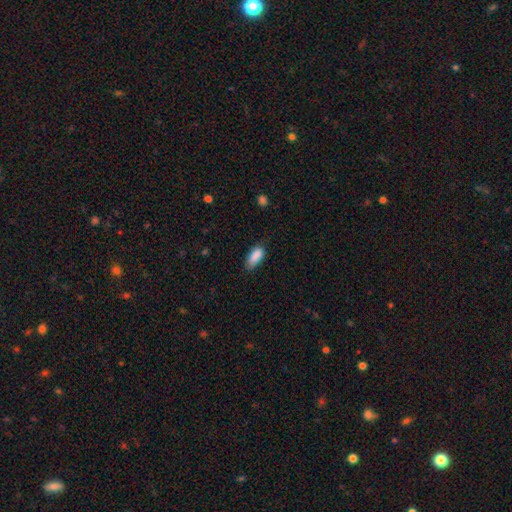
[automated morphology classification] Smooth or featured: smooth — 88% (star or artifact — 7%)
How rounded: in between — 85% (cigar-shaped — 13%)
Merging: none — 68% (minor disturbance — 26%)